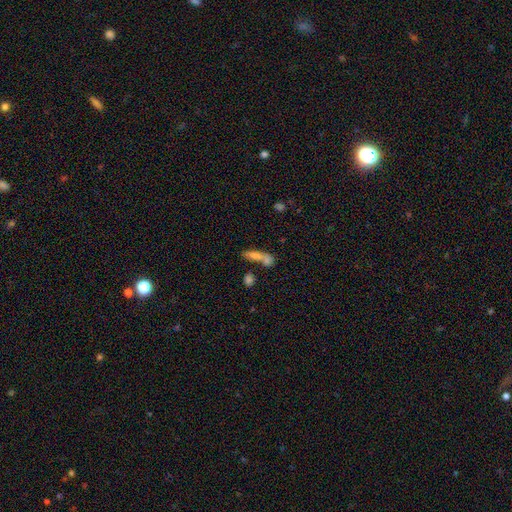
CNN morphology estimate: The model was most divided on "merging": merger: 42%, none: 40%, minor disturbance: 11%, major disturbance: 6%. More confident: smooth or featured — smooth (70%); how rounded — cigar-shaped (61%).